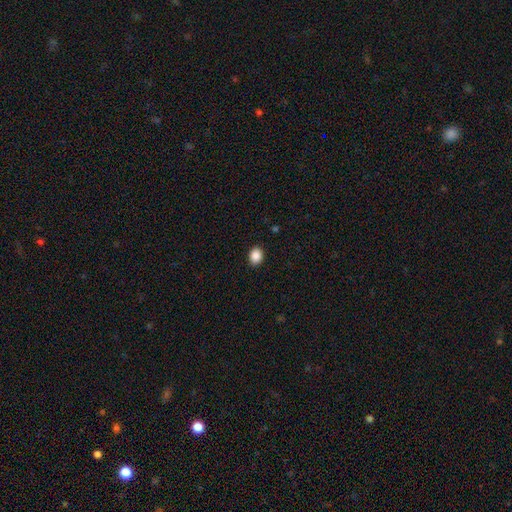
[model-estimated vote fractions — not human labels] Smooth or featured? Predicted: smooth (p=0.88). How rounded? Predicted: in between (p=0.60). Merging? Predicted: none (p=0.90).